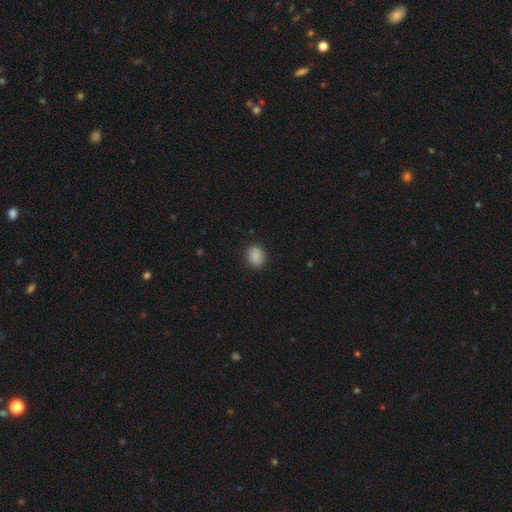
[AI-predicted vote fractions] Smooth or featured? smooth (89%)
How rounded? round (53%)
Merging? none (88%)